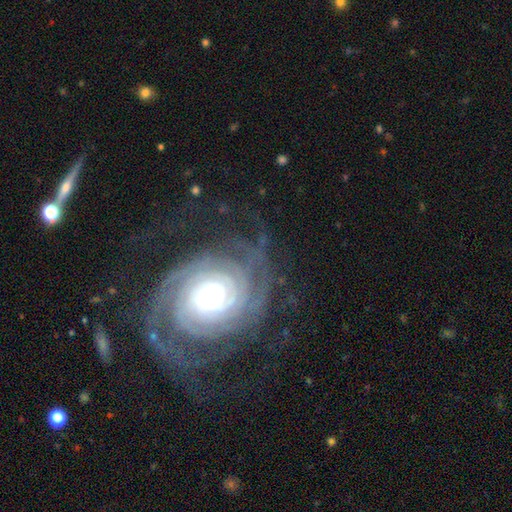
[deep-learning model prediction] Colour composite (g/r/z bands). It shows a featured or disk galaxy (89%) with no bar (73%), 2 (35%) tight (71%) spiral arms (97%) and a moderate central bulge (42%). Merging: none (73%).